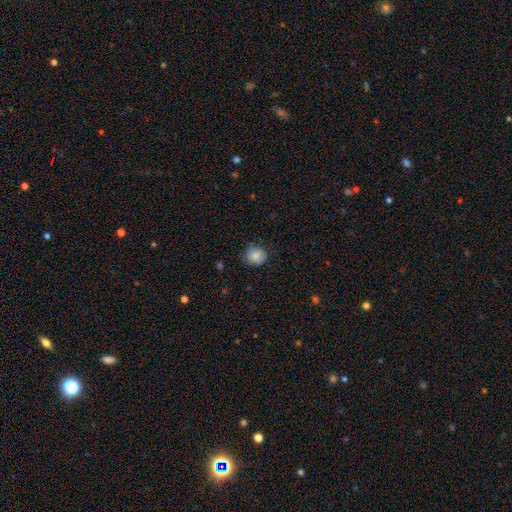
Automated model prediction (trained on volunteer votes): Smooth or featured? smooth (83%)
How rounded? round (78%)
Merging? none (71%)